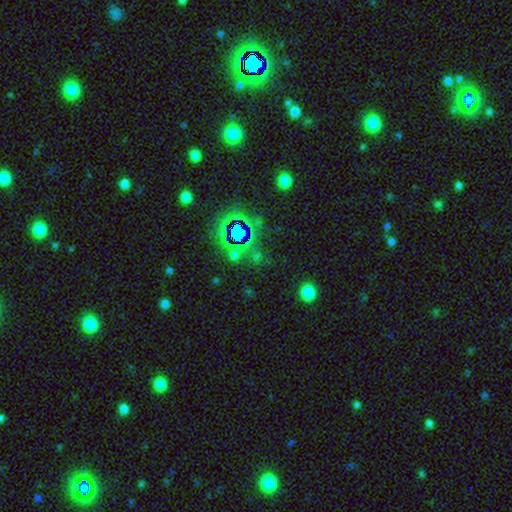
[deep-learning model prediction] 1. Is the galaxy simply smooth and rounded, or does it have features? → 66% star or artifact, 25% smooth, 9% featured or disk.